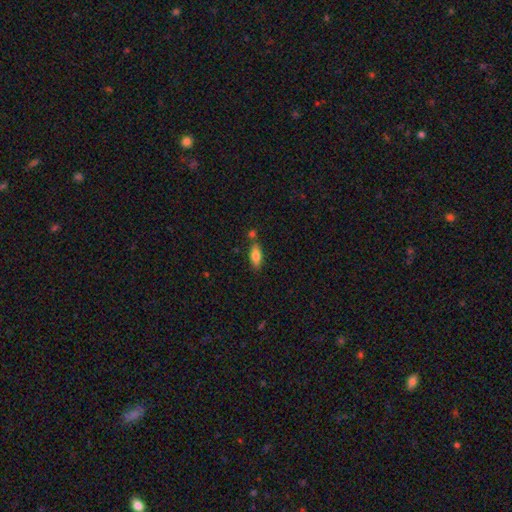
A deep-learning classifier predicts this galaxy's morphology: Q: Smooth or featured?
A: smooth (78%); runner-up: featured or disk (15%)
Q: How rounded?
A: in between (75%); runner-up: cigar-shaped (22%)
Q: Merging?
A: none (69%); runner-up: merger (14%)